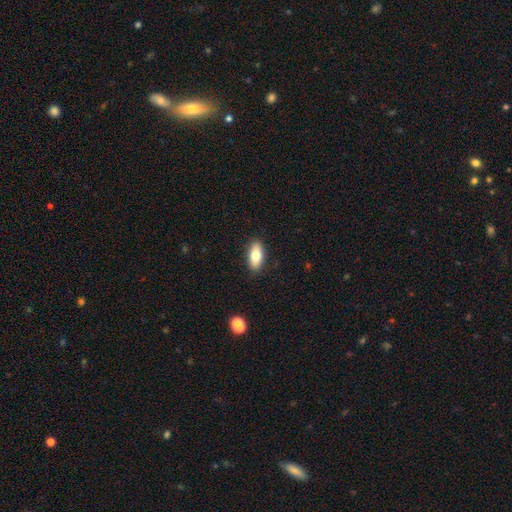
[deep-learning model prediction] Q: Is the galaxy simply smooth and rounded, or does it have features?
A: smooth — 77%.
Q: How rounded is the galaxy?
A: in between — 85%.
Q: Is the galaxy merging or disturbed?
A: none — 89%.